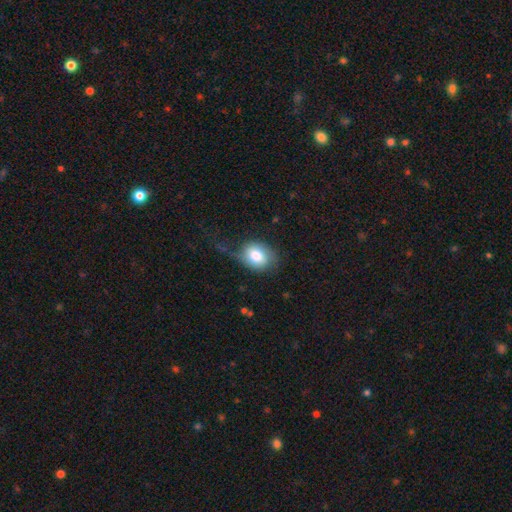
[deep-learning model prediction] Overall: smooth (75%). How rounded: in between (55%; round 44%). Merging: none (44%; minor disturbance 28%).